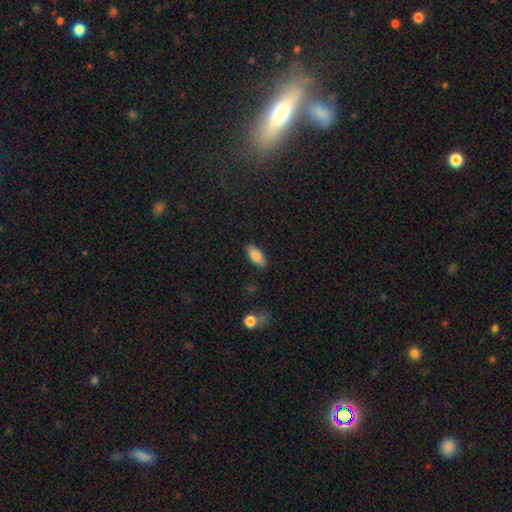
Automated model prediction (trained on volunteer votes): This appears to be a smooth galaxy with no disk features (84%) that is in between round and cigar-shaped (88%). Merging: none (87%).